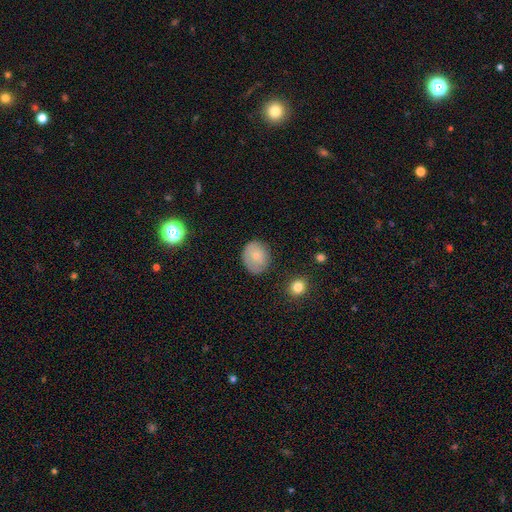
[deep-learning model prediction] smooth 72%, featured or disk 20%, star or artifact 8%. Down the decision tree: how rounded — round (63%); merging — none (72%).